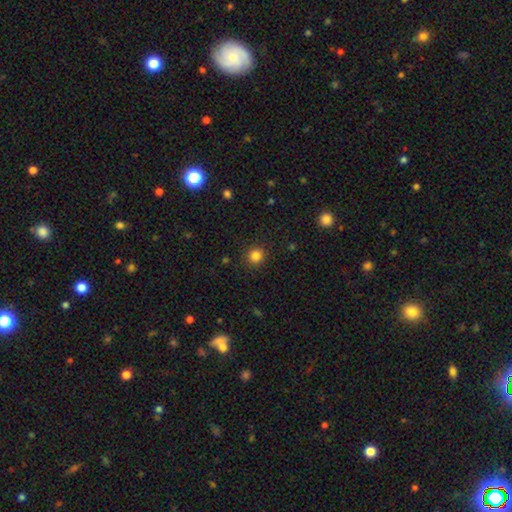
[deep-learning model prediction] smooth_or_featured: smooth (p=0.84) [alt: star or artifact p=0.12]
how_rounded: round (p=0.93) [alt: in between p=0.06]
merging: none (p=0.91) [alt: minor disturbance p=0.06]